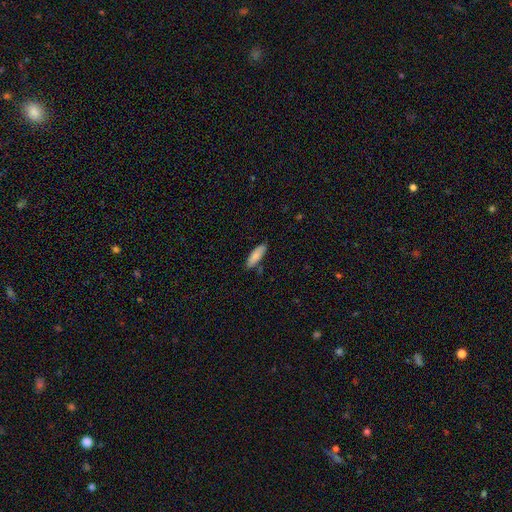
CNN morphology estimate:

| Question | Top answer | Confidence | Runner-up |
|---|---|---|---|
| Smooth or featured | smooth | 83% | featured or disk (11%) |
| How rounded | in between | 56% | cigar-shaped (42%) |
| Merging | none | 80% | minor disturbance (14%) |